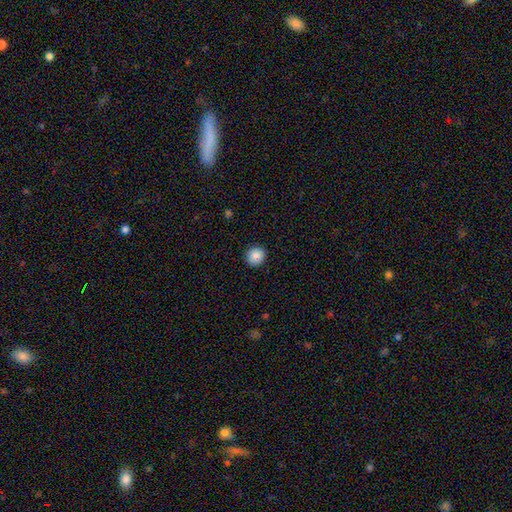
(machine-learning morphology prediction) This appears to be a smooth galaxy with no disk features (88%) that is round (88%). Merging: none (91%).